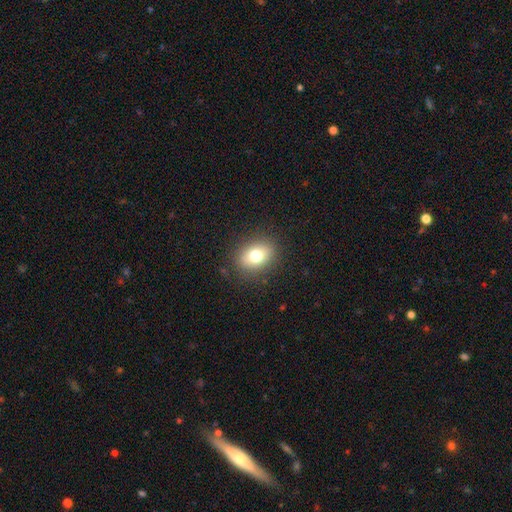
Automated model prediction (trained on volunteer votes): Smooth or featured? Predicted: smooth (p=0.76). How rounded? Predicted: in between (p=0.63). Merging? Predicted: none (p=0.87).